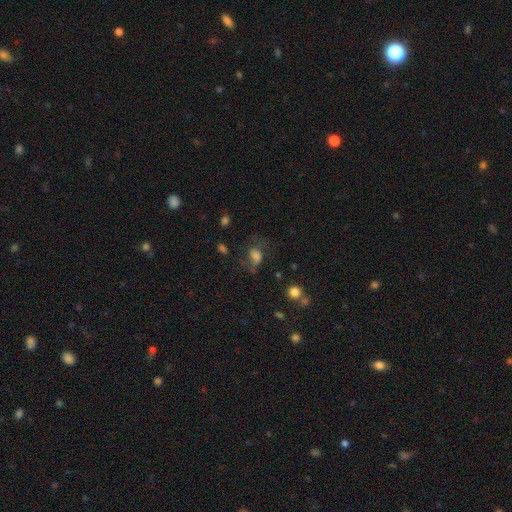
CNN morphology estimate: Smooth or featured: smooth — 61% (featured or disk — 22%)
How rounded: in between — 72% (round — 26%)
Merging: none — 39% (major disturbance — 35%)